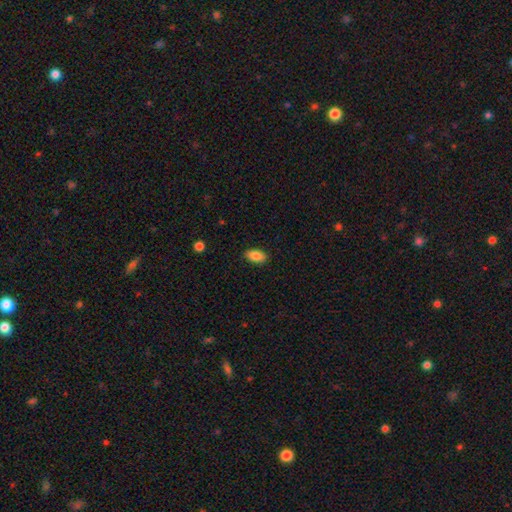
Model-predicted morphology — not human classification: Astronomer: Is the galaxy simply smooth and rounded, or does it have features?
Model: smooth — 88%.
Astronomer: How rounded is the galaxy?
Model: in between — 91%.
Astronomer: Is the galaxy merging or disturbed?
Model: none — 87%.